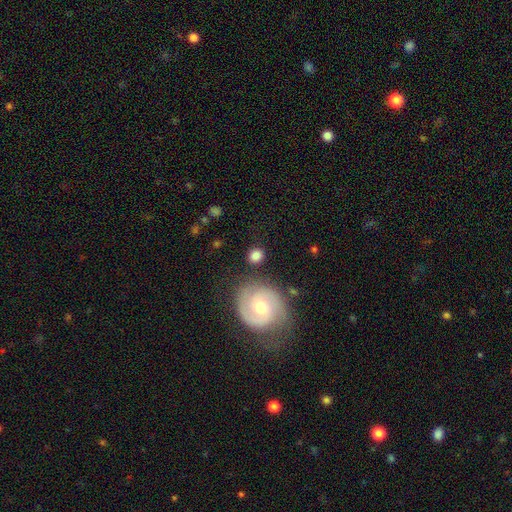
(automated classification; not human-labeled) Smooth or featured? smooth (77%)
How rounded? round (79%)
Merging? none (80%)